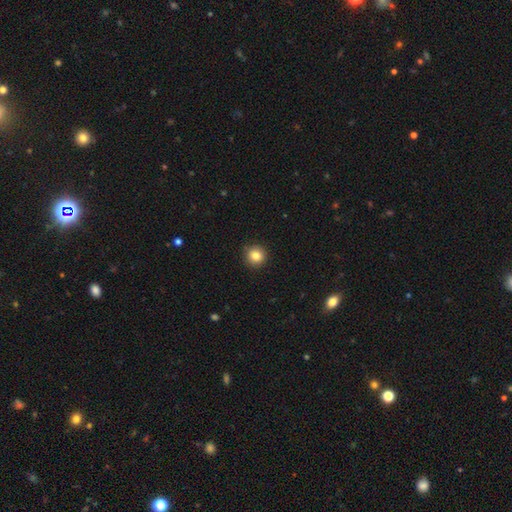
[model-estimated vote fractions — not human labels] smooth_or_featured: smooth (p=0.83) [alt: star or artifact p=0.11]
how_rounded: round (p=0.94) [alt: in between p=0.05]
merging: none (p=0.91) [alt: minor disturbance p=0.06]